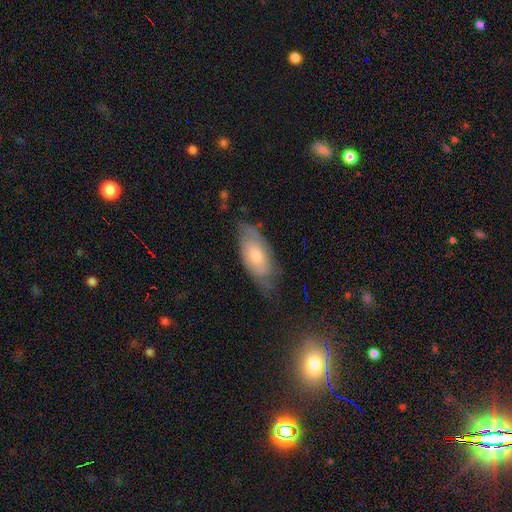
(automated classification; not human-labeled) A featured or disk galaxy (48%). Merging: none (60%).